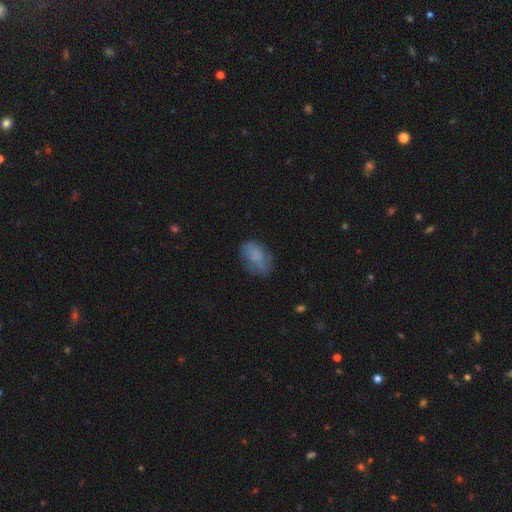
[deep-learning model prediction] Overall: smooth (71%). How rounded: in between (87%). Merging: none (54%; minor disturbance 29%).